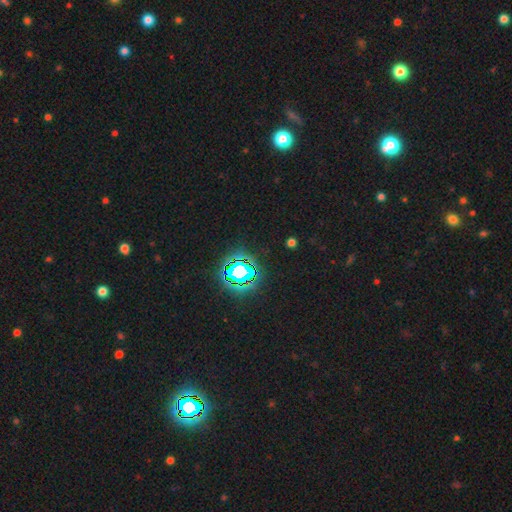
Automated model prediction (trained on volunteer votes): Smooth or featured: star or artifact — 82% (smooth — 12%)